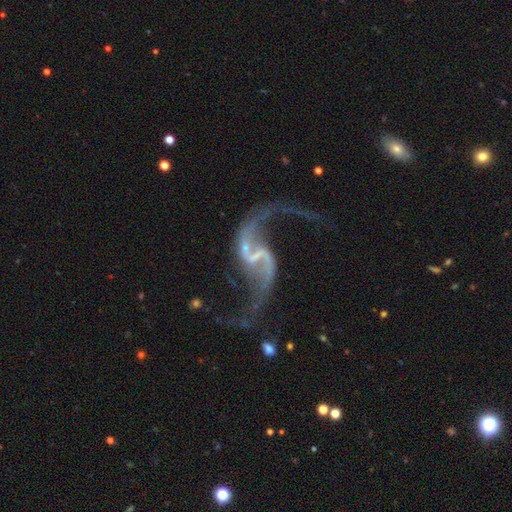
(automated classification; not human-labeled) Morphology: type=featured or disk (92%); edge-on=no (98%); bar=weak (47%); spiral arms=yes (96%); winding=loose (90%); arm count=2 (94%); bulge=small (49%); merging=none (58%).